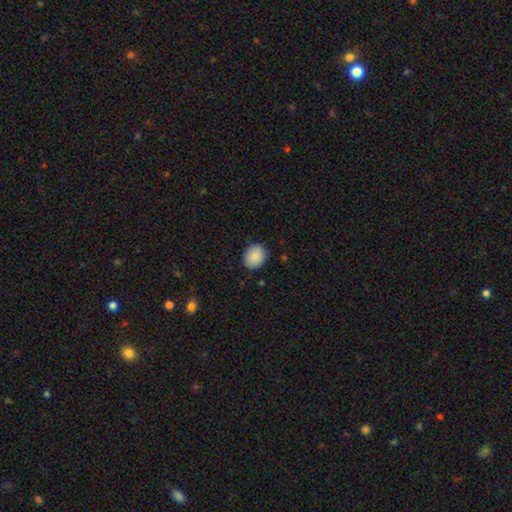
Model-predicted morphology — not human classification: Smooth or featured? Predicted: smooth (p=0.89). How rounded? Predicted: round (p=0.57). Merging? Predicted: none (p=0.84).